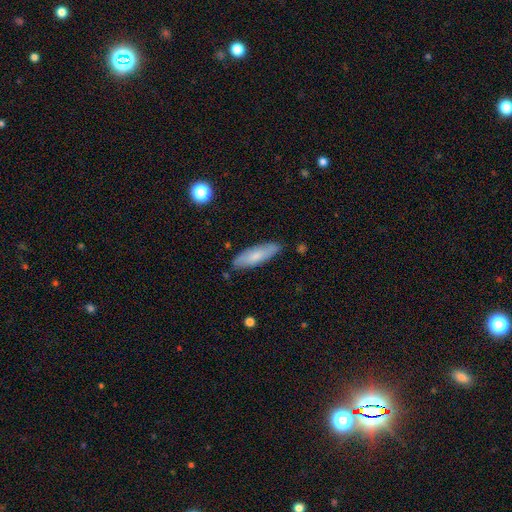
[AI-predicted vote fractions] A smooth galaxy with no disk features (73%) that is cigar-shaped (53%).

Vote fractions:
- Smooth or featured? smooth: 73% / featured or disk: 21% / star or artifact: 6%
- How rounded? cigar-shaped: 53% / in between: 46% / round: 2%
- Merging? none: 83% / minor disturbance: 13% / major disturbance: 2% / merger: 2%